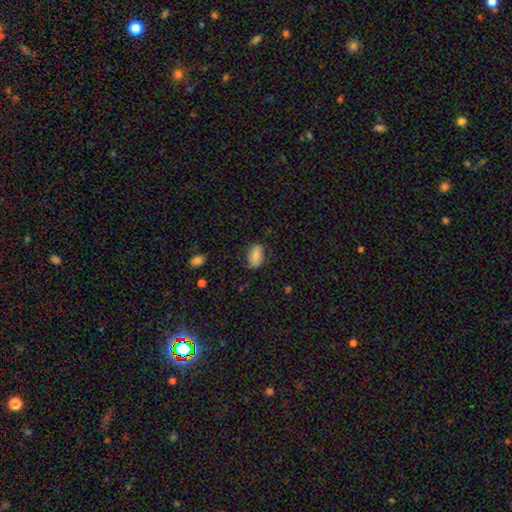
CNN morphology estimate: smooth-or-featured: smooth: 77% | featured or disk: 16% | star or artifact: 7%
  how-rounded: in between: 91% | round: 6% | cigar-shaped: 3%
  merging: none: 76% | minor disturbance: 18% | major disturbance: 5% | merger: 1%